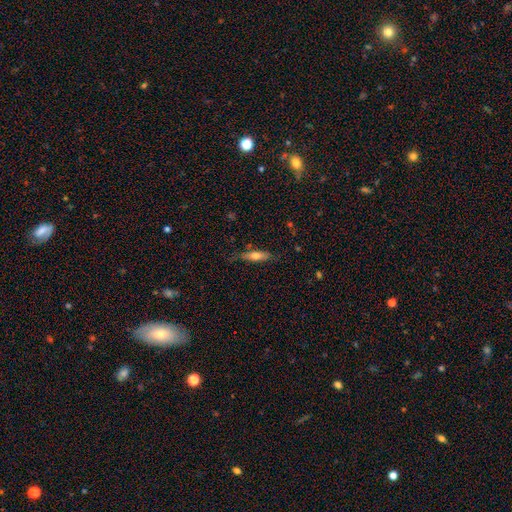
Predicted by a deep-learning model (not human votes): Smooth or featured: smooth — 59% (featured or disk — 35%)
How rounded: cigar-shaped — 65% (in between — 33%)
Merging: none — 73% (minor disturbance — 20%)